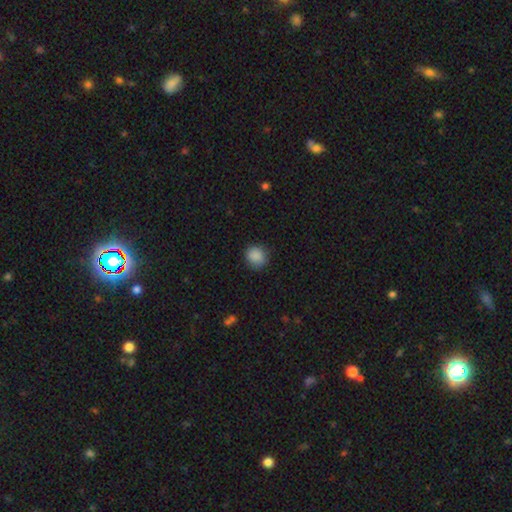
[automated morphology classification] smooth-or-featured: smooth: 88% | star or artifact: 9% | featured or disk: 3%
  how-rounded: round: 89% | in between: 10% | cigar-shaped: 1%
  merging: none: 87% | minor disturbance: 10% | major disturbance: 2% | merger: 1%